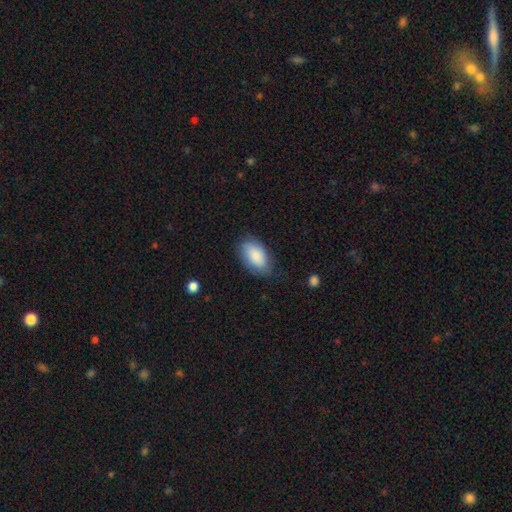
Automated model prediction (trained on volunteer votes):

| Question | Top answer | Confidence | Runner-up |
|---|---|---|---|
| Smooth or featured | smooth | 87% | featured or disk (7%) |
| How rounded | in between | 94% | round (4%) |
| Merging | none | 76% | minor disturbance (18%) |